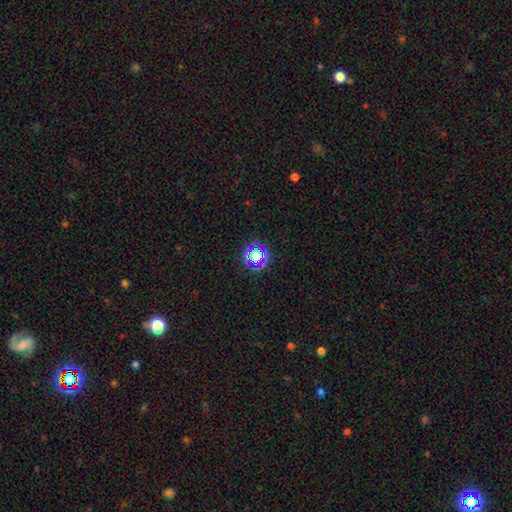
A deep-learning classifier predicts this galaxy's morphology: type=star or artifact (58%).